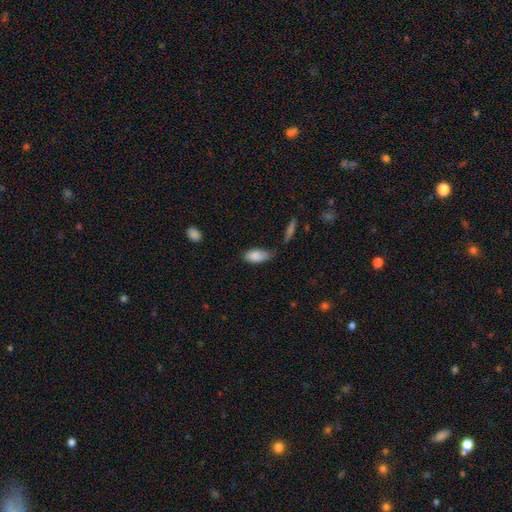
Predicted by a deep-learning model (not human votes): This appears to be a smooth galaxy with no disk features (86%) that is in between round and cigar-shaped (91%). Merging: none (50%).